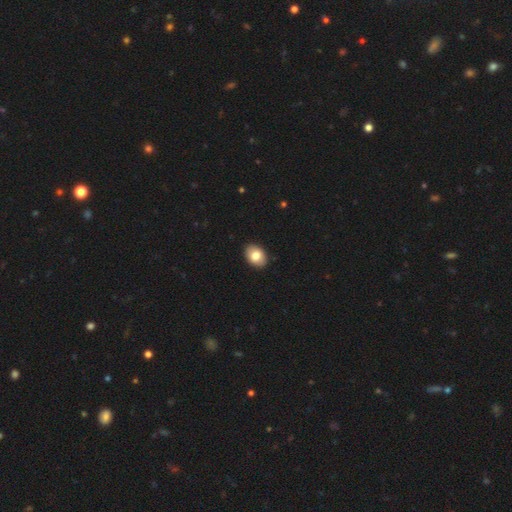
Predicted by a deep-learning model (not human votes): Smooth or featured?
  - smooth: 80% *
  - featured or disk: 12%
  - star or artifact: 7%
How rounded?
  - in between: 80% *
  - round: 19%
  - cigar-shaped: 1%
Merging?
  - none: 91% *
  - minor disturbance: 7%
  - major disturbance: 1%
  - merger: 1%